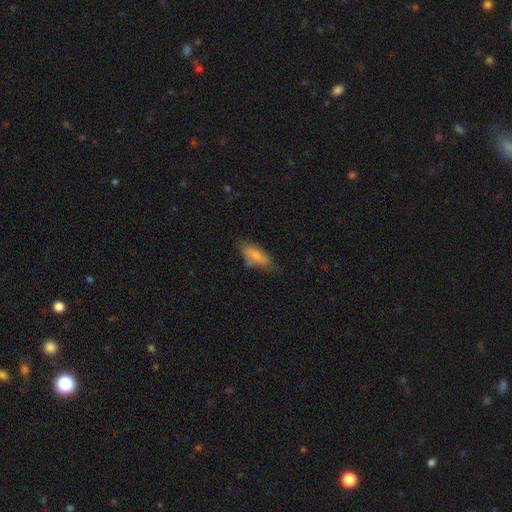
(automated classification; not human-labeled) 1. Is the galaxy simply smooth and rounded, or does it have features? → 71% smooth, 21% featured or disk, 7% star or artifact.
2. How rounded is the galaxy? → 76% in between, 21% cigar-shaped, 3% round.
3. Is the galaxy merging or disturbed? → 52% none, 31% minor disturbance, 10% major disturbance, 8% merger.